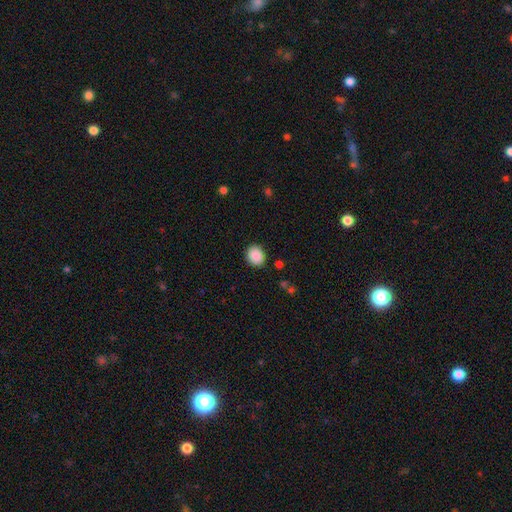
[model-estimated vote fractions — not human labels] This appears to be a smooth galaxy with no disk features (89%) that is round (66%). Merging: none (88%).